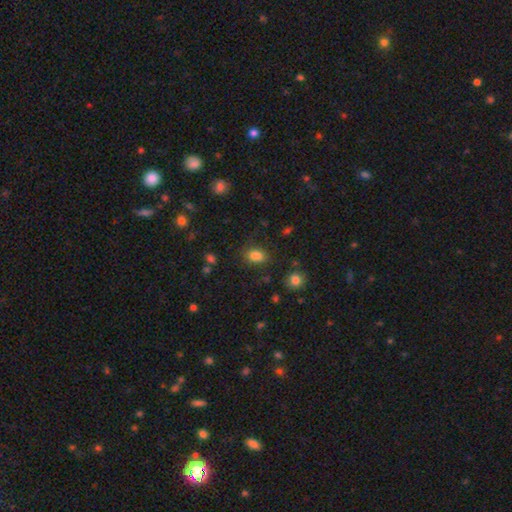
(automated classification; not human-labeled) Smooth or featured?
  - smooth: 82% *
  - star or artifact: 13%
  - featured or disk: 5%
How rounded?
  - in between: 78% *
  - round: 20%
  - cigar-shaped: 2%
Merging?
  - none: 75% *
  - minor disturbance: 15%
  - merger: 5%
  - major disturbance: 5%